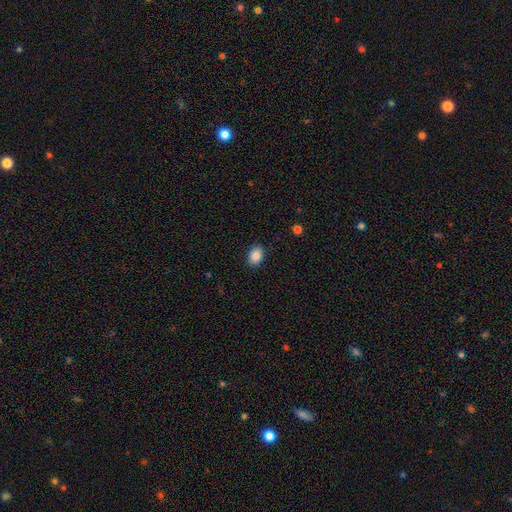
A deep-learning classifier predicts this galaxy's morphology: type=smooth (88%); roundness=in between (80%); merging=none (88%).